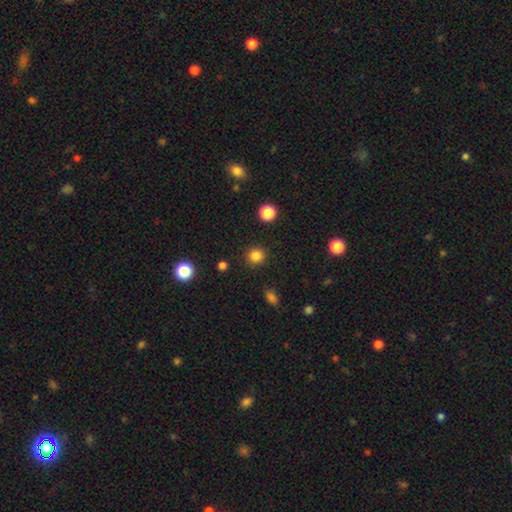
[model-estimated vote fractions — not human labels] smooth_or_featured: smooth (p=0.83) [alt: star or artifact p=0.13]
how_rounded: round (p=0.93) [alt: in between p=0.06]
merging: none (p=0.91) [alt: minor disturbance p=0.06]